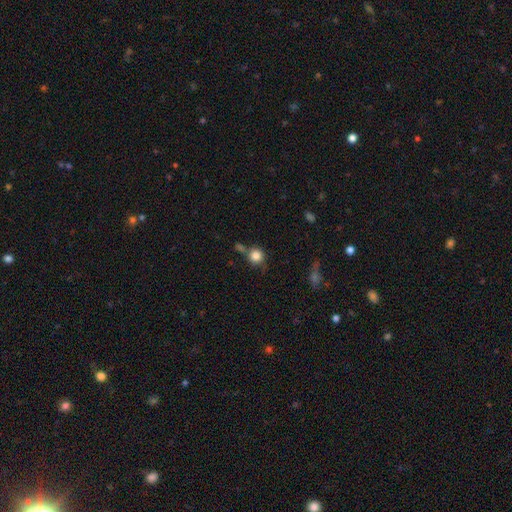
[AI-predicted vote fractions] smooth 83%, star or artifact 10%, featured or disk 7%. Down the decision tree: how rounded — round (91%); merging — none (59%).